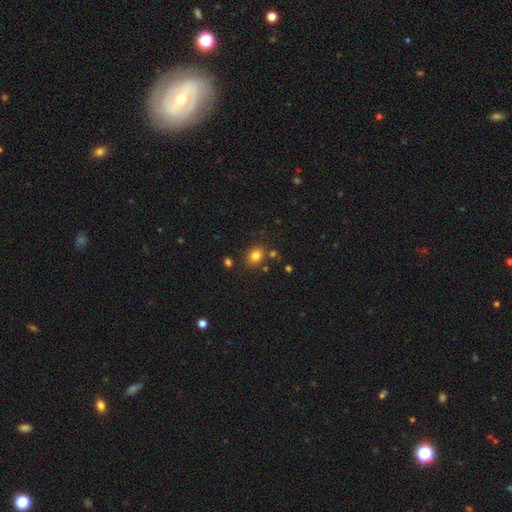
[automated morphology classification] Smooth or featured? smooth (81%)
How rounded? in between (61%)
Merging? none (78%)